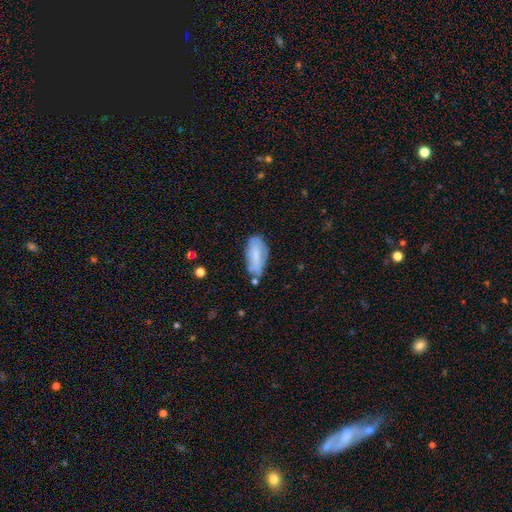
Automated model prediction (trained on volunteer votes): Smooth or featured? Predicted: smooth (p=0.67). How rounded? Predicted: in between (p=0.89). Merging? Predicted: none (p=0.55).